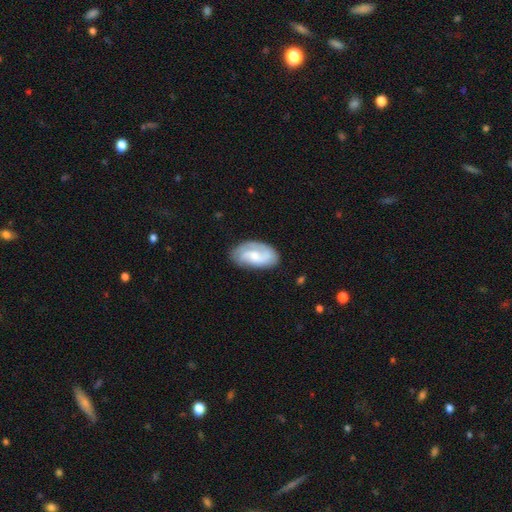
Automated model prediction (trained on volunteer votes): This appears to be a featured or disk galaxy (64%) with no bar (56%), 2 (54%) medium (42%) spiral arms (91%) and a small central bulge (40%, tied with moderate). Merging: none (74%).